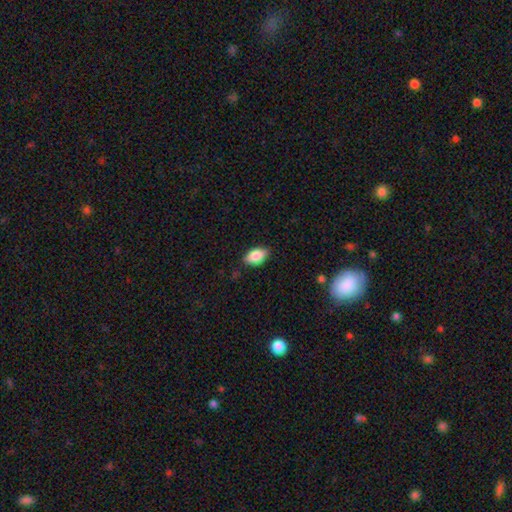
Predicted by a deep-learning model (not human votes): Smooth or featured? smooth (84%)
How rounded? in between (90%)
Merging? none (82%)